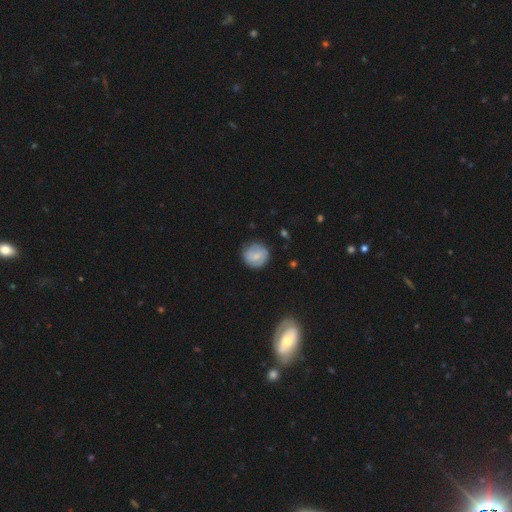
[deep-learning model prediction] This is possibly a smooth galaxy (58%). How rounded: clearly round (90%). Merging: likely none (79%).